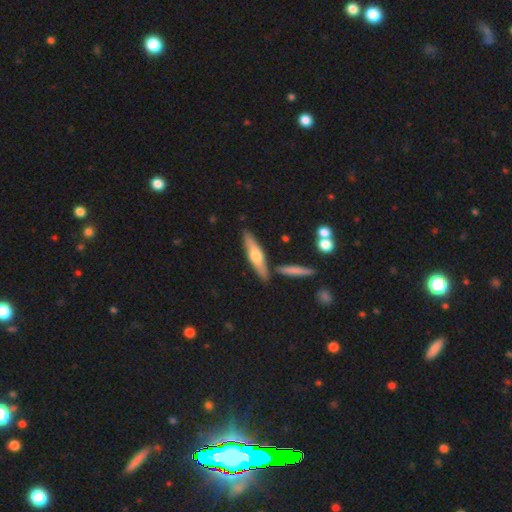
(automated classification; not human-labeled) Smooth or featured: smooth — 51% (featured or disk — 44%)
How rounded: cigar-shaped — 74% (in between — 24%)
Merging: none — 80% (minor disturbance — 10%)